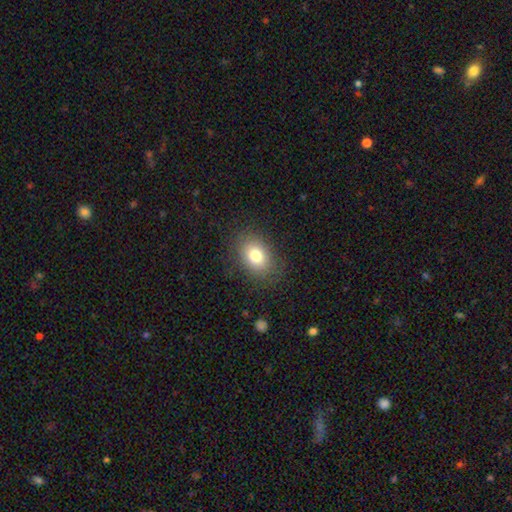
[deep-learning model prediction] The model was most divided on "how rounded": in between: 68%, round: 31%, cigar-shaped: 1%. More confident: merging — none (84%); smooth or featured — smooth (78%).